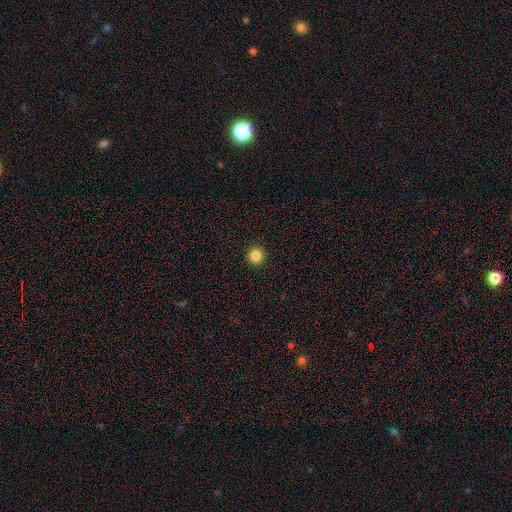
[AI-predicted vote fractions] Smooth or featured? Predicted: smooth (p=0.85). How rounded? Predicted: round (p=0.96). Merging? Predicted: none (p=0.94).